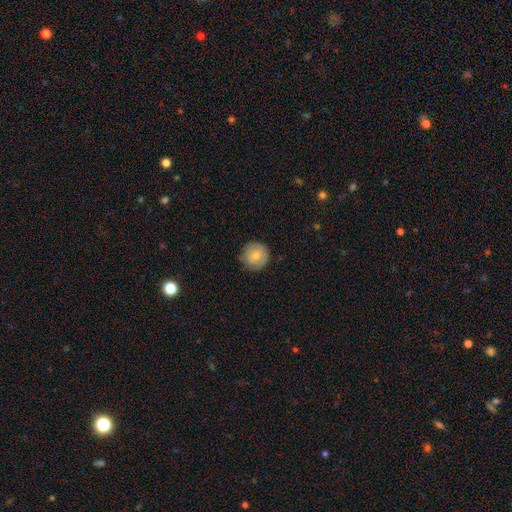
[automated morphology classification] Q: Smooth or featured?
A: smooth (77%); runner-up: featured or disk (16%)
Q: How rounded?
A: round (95%); runner-up: in between (4%)
Q: Merging?
A: none (81%); runner-up: minor disturbance (15%)